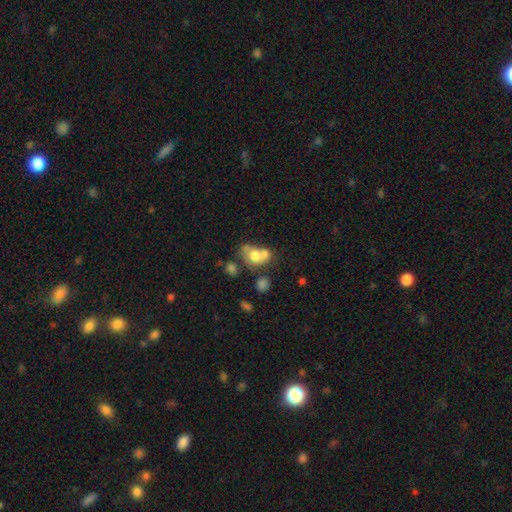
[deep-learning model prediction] Overall: smooth (65%). How rounded: in between (54%; round 44%). Merging: merger (60%; none 22%).